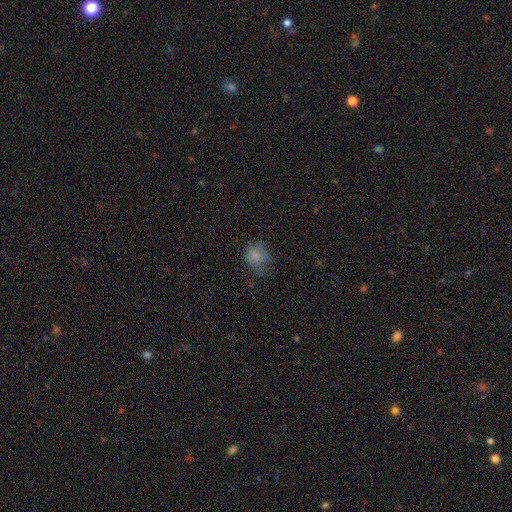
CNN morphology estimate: This is likely a smooth galaxy (79%). How rounded: possibly round (58%). Merging: possibly none (50%).